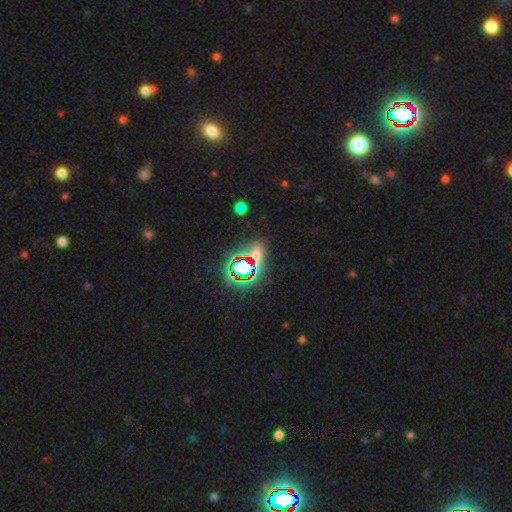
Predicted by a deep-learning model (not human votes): Morphology: type=star or artifact (62%).